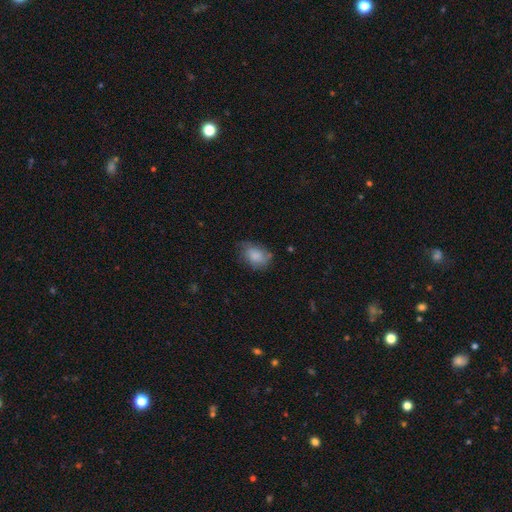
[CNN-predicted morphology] smooth-or-featured: smooth: 78% | featured or disk: 14% | star or artifact: 8%
  how-rounded: in between: 79% | round: 19% | cigar-shaped: 1%
  merging: none: 56% | minor disturbance: 32% | major disturbance: 11% | merger: 2%